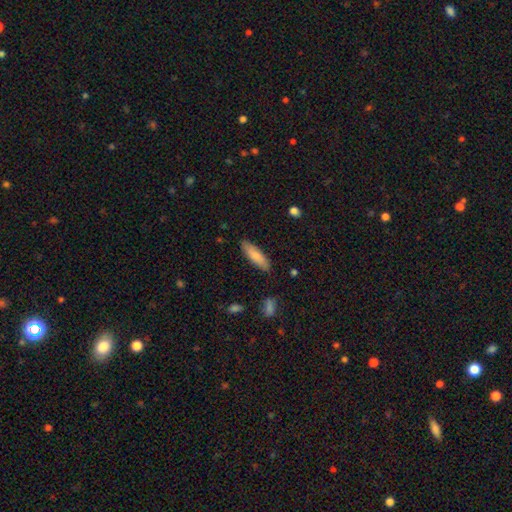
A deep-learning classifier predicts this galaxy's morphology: Overall: smooth (82%). How rounded: cigar-shaped (57%; in between 41%). Merging: none (87%).